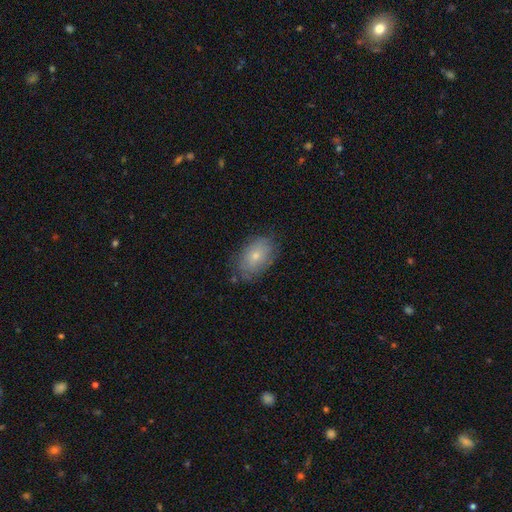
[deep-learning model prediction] Morphology: type=smooth (68%); roundness=in between (87%); merging=none (73%).